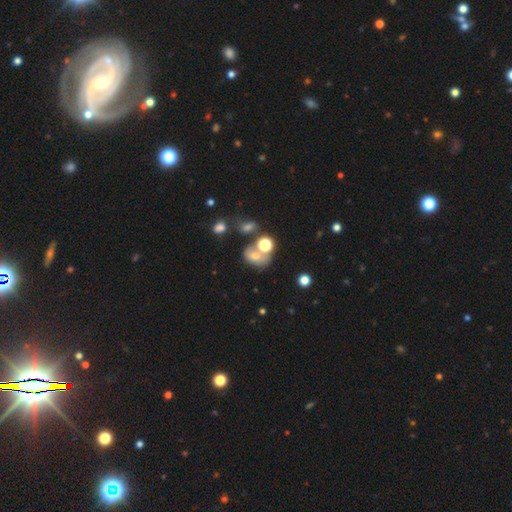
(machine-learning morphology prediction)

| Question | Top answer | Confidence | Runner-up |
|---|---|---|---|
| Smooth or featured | smooth | 63% | featured or disk (19%) |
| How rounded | in between | 56% | round (43%) |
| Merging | none | 38% | merger (36%) |